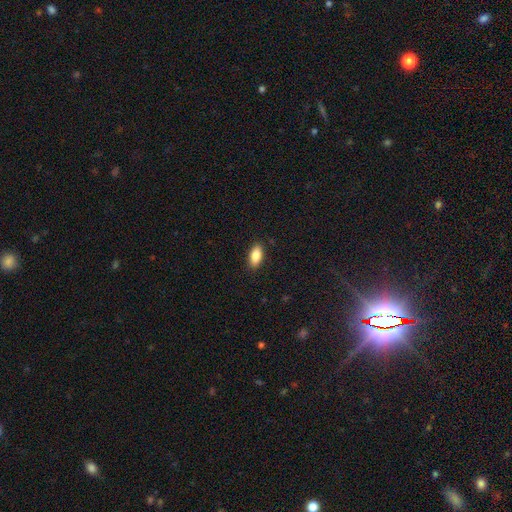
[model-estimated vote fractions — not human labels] Smooth or featured? Predicted: smooth (p=0.85). How rounded? Predicted: in between (p=0.89). Merging? Predicted: none (p=0.89).